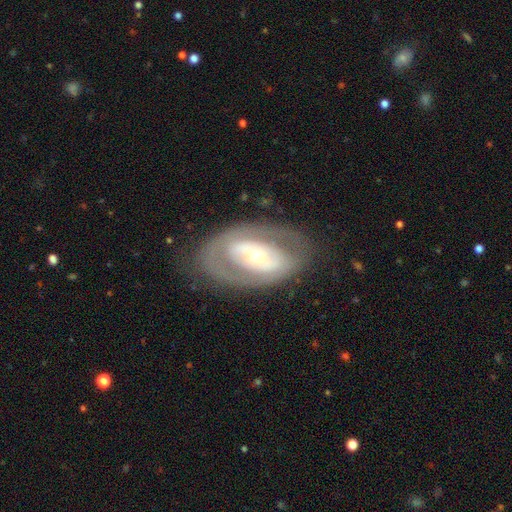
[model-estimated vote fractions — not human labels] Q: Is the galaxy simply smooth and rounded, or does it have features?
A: featured or disk — 72%.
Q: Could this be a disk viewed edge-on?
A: no — 92%.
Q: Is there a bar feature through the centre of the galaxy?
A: no — 60%.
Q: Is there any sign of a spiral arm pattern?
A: no — 67%.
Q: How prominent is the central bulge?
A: small — 48%.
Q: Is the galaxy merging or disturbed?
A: none — 74%.